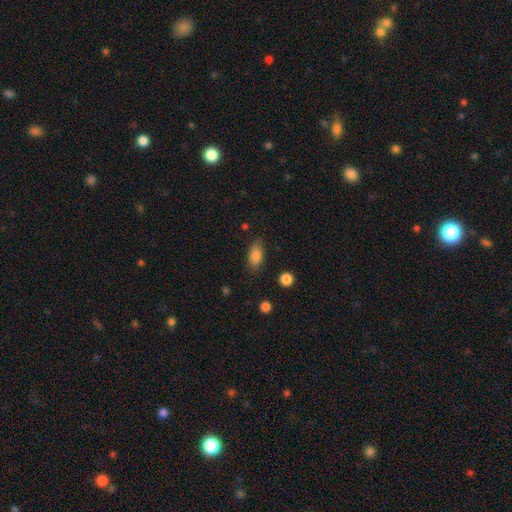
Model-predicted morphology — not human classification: Smooth or featured?
  - smooth: 83% *
  - featured or disk: 9%
  - star or artifact: 8%
How rounded?
  - in between: 88% *
  - cigar-shaped: 7%
  - round: 5%
Merging?
  - none: 74% *
  - minor disturbance: 19%
  - major disturbance: 5%
  - merger: 2%